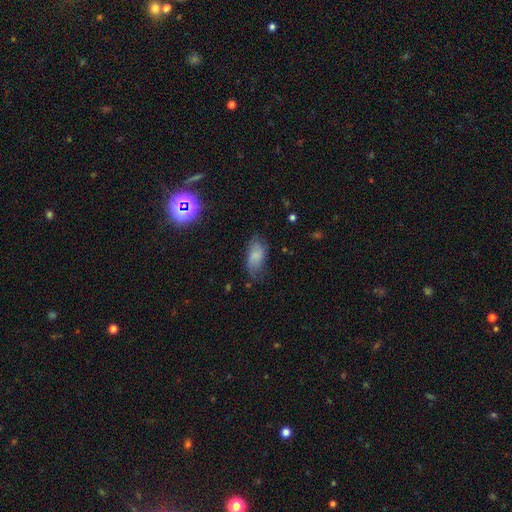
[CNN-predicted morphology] This is likely a smooth galaxy (72%). How rounded: clearly in between (91%). Merging: likely none (61%).